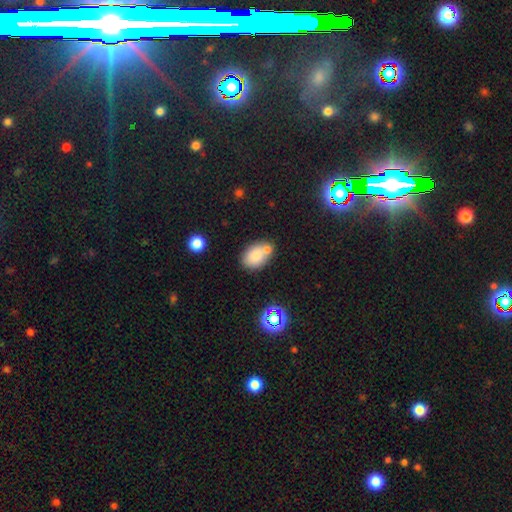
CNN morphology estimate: type=smooth (78%); roundness=in between (80%); merging=none (54%).